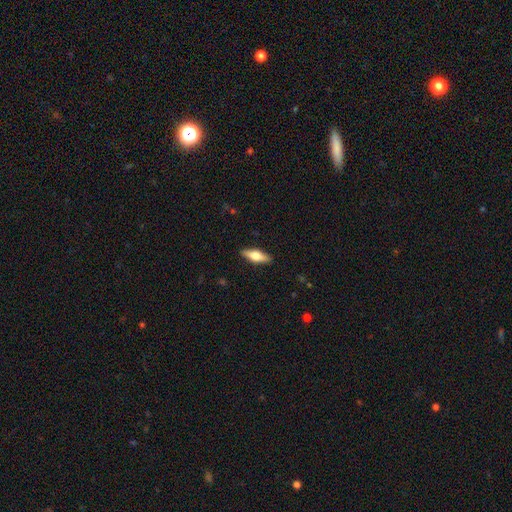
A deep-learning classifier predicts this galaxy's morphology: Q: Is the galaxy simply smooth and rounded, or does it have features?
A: smooth — 52%.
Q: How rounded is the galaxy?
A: in between — 52%.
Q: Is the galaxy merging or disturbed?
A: none — 90%.